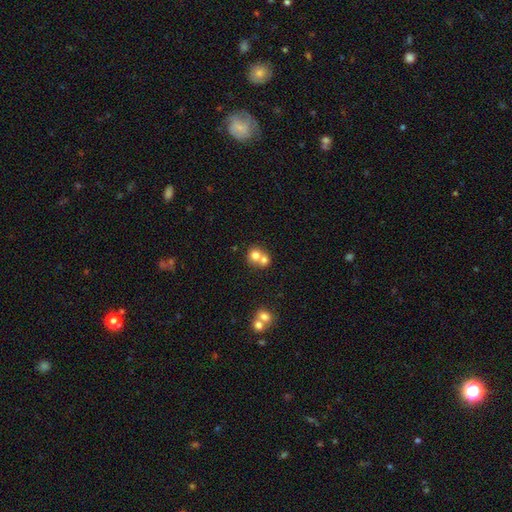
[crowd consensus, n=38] smooth-or-featured: smooth: 71% | featured or disk: 21% | star or artifact: 8%
  how-rounded: round: 78% | in between: 22% | cigar-shaped: 0%
  merging: merger: 71% | none: 23% | minor disturbance: 6% | major disturbance: 0%